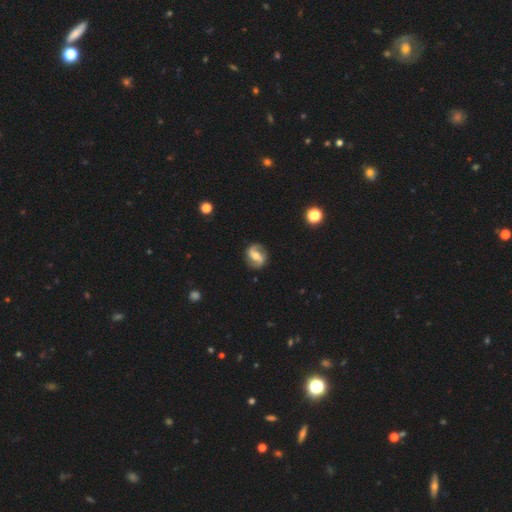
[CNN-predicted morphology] Q: Smooth or featured?
A: featured or disk (85%); runner-up: smooth (10%)
Q: Edge-on disk?
A: no (97%); runner-up: yes (3%)
Q: Bar?
A: weak (41%); runner-up: strong (34%)
Q: Spiral arms?
A: yes (95%); runner-up: no (5%)
Q: Spiral winding?
A: loose (43%); runner-up: medium (42%)
Q: Spiral arm count?
A: 2 (93%); runner-up: can't tell (2%)
Q: Bulge size?
A: moderate (61%); runner-up: small (29%)
Q: Merging?
A: none (86%); runner-up: minor disturbance (10%)